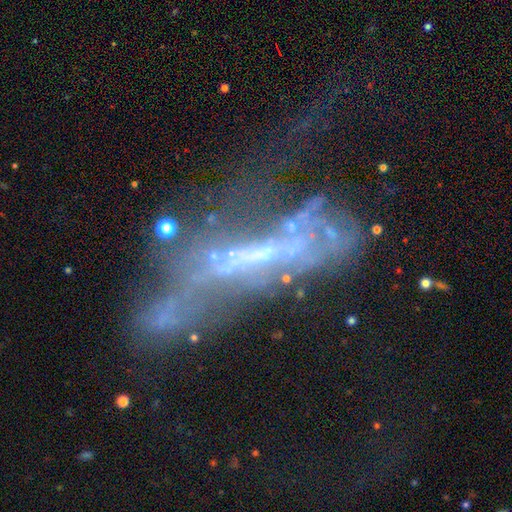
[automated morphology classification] featured or disk 68%, smooth 16%, star or artifact 16%. Down the decision tree: edge-on disk — no (60%); merging — major disturbance (48%).